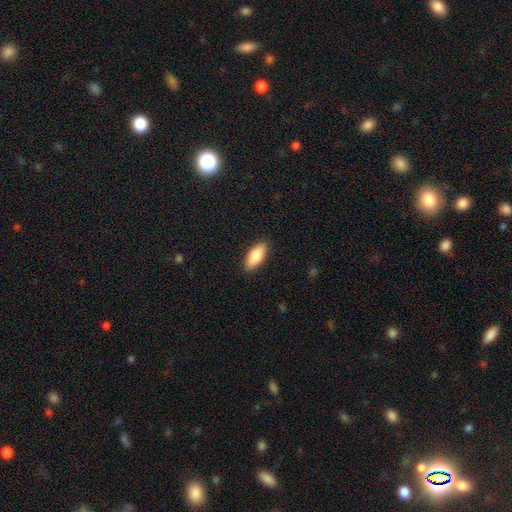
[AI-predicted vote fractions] Smooth or featured: smooth — 83% (featured or disk — 11%)
How rounded: in between — 83% (cigar-shaped — 15%)
Merging: none — 89% (minor disturbance — 9%)